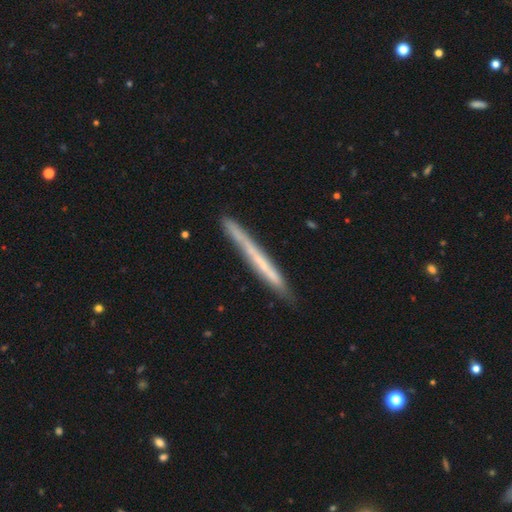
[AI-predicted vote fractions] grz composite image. It shows a featured or disk galaxy (51%) viewed edge-on (94%). Merging: none (84%).